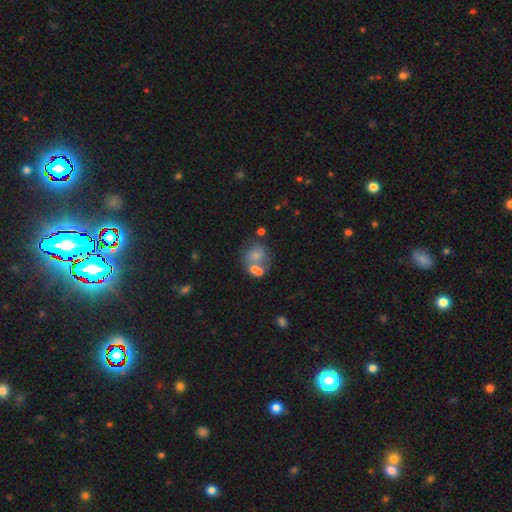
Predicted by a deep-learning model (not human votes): A smooth galaxy with no disk features (56%) that is round (65%).

Vote fractions:
- Smooth or featured? smooth: 56% / featured or disk: 32% / star or artifact: 13%
- How rounded? round: 65% / in between: 34% / cigar-shaped: 1%
- Merging? merger: 38% / none: 37% / minor disturbance: 15% / major disturbance: 10%